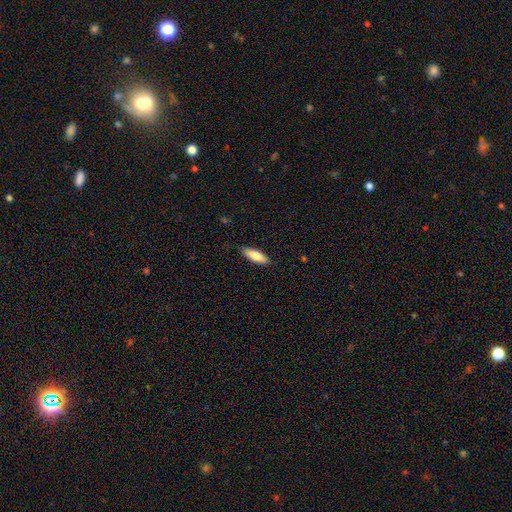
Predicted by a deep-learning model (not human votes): Morphology: type=smooth (79%); roundness=in between (57%); merging=none (85%).